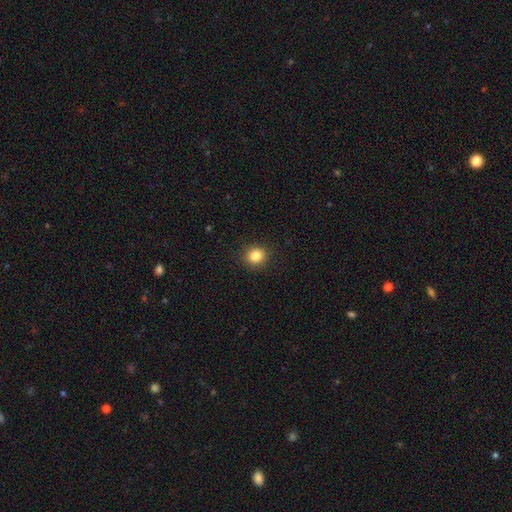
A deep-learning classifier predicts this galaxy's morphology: Smooth or featured? Predicted: smooth (p=0.84). How rounded? Predicted: round (p=0.84). Merging? Predicted: none (p=0.91).